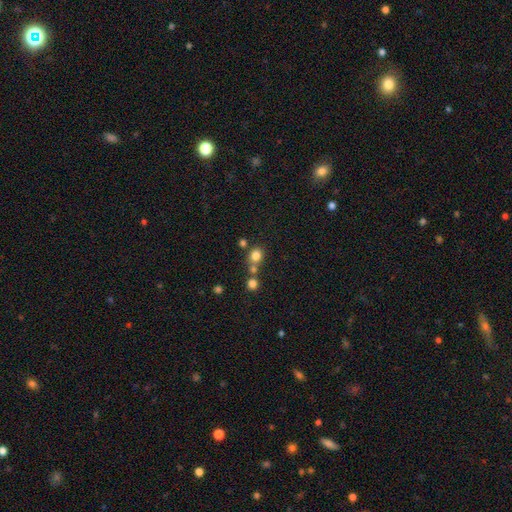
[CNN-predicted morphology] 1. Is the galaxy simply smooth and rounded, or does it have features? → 79% smooth, 14% star or artifact, 7% featured or disk.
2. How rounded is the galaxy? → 78% round, 21% in between, 1% cigar-shaped.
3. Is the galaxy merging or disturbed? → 58% none, 30% merger, 9% minor disturbance, 3% major disturbance.